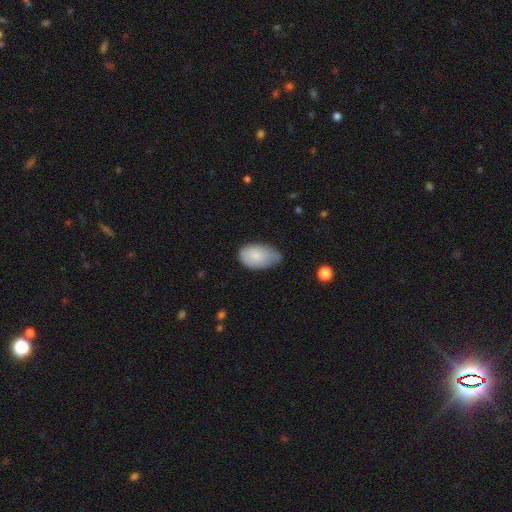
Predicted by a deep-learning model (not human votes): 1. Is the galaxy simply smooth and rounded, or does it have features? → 80% smooth, 14% featured or disk, 6% star or artifact.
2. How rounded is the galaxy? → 92% in between, 7% round, 1% cigar-shaped.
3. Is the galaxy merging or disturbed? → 48% minor disturbance, 39% none, 11% major disturbance, 2% merger.